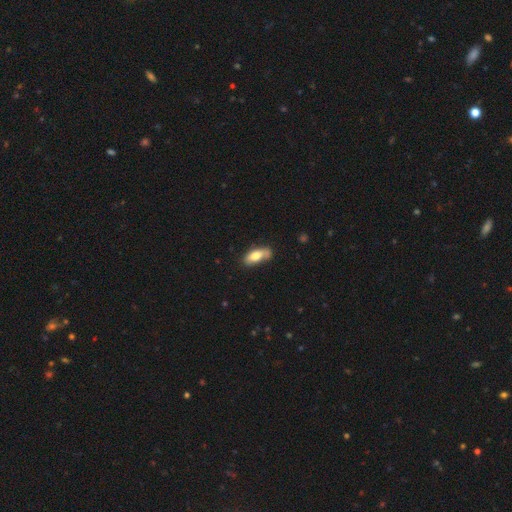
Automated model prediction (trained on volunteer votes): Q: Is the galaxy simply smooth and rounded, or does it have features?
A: smooth — 72%.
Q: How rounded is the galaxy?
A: in between — 81%.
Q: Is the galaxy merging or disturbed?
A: none — 57%.